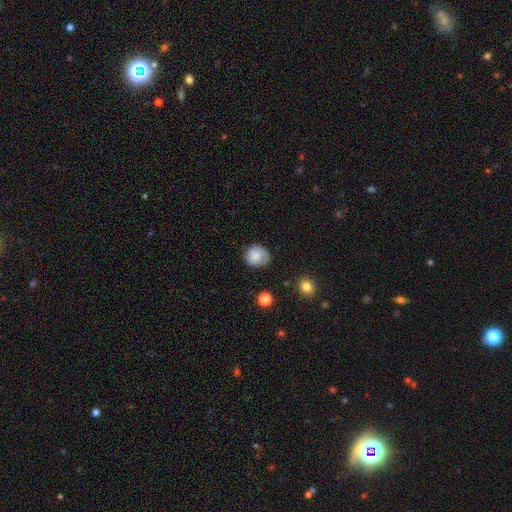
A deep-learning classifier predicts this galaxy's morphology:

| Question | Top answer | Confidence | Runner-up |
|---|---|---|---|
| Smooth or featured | smooth | 78% | featured or disk (14%) |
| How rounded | round | 80% | in between (19%) |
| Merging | none | 71% | minor disturbance (22%) |